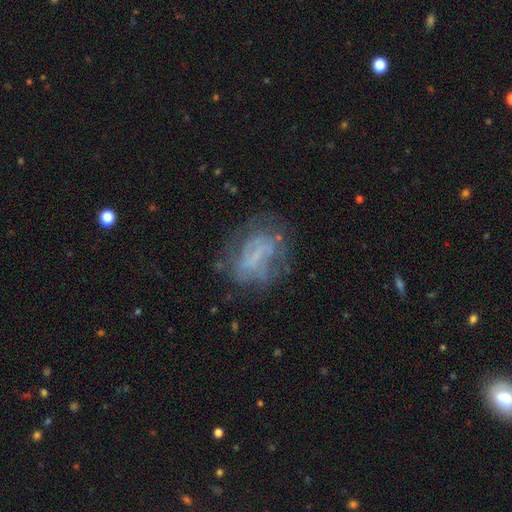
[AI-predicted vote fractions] The model was most divided on "spiral arms": no: 56%, yes: 44%. Remaining: edge-on disk — no (96%); bulge size — none (61%); smooth or featured — featured or disk (60%); merging — none (58%); bar — no (49%).